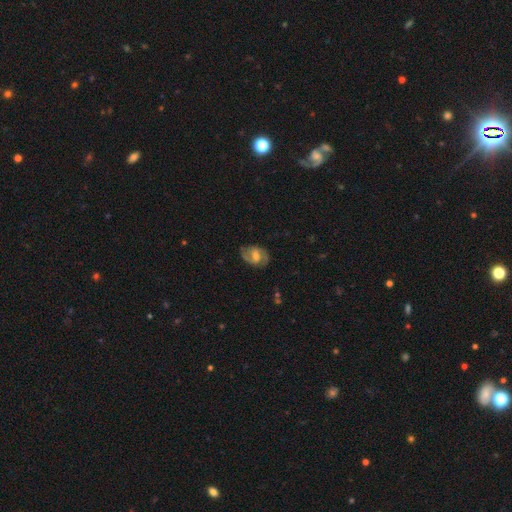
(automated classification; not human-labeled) A featured or disk galaxy (74%) with a weak bar (54%), 2 (87%) medium (52%) spiral arms (89%) and a moderate central bulge (55%). Merging: none (77%).